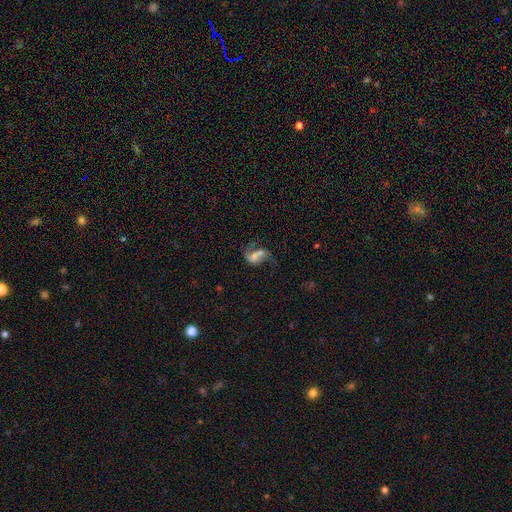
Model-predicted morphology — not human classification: Smooth or featured? Predicted: featured or disk (p=0.57). Edge-on disk? Predicted: no (p=0.97). Bar? Predicted: no (p=0.51). Spiral arms? Predicted: yes (p=0.75). Bulge size? Predicted: moderate (p=0.33). Merging? Predicted: merger (p=0.34).